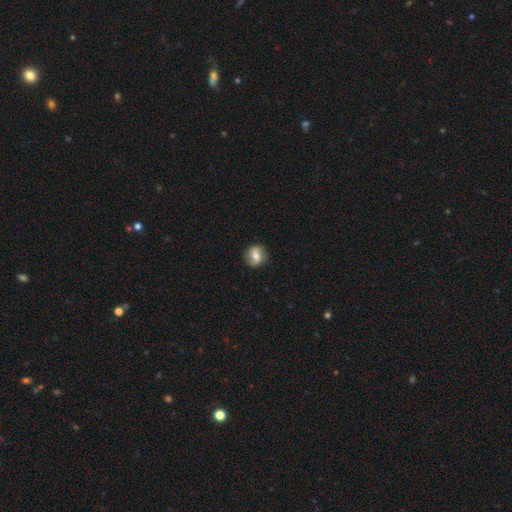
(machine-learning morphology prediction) Q: Smooth or featured?
A: smooth (56%); runner-up: featured or disk (36%)
Q: How rounded?
A: round (82%); runner-up: in between (17%)
Q: Merging?
A: none (85%); runner-up: minor disturbance (11%)